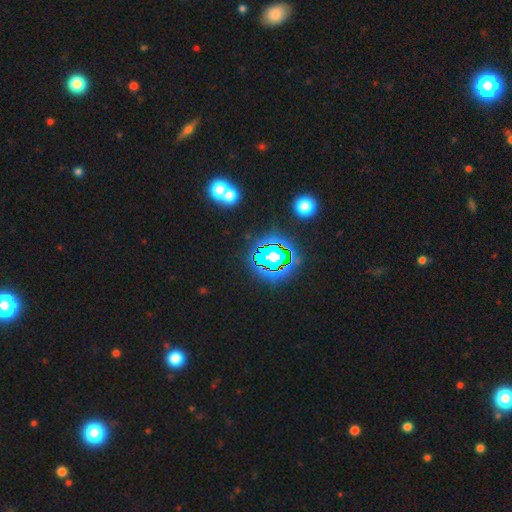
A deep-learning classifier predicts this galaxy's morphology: smooth_or_featured: star or artifact (p=0.81) [alt: smooth p=0.12]